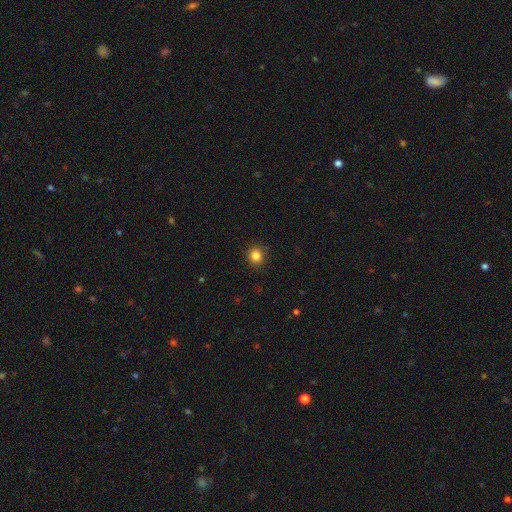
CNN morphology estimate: type=smooth (84%); roundness=round (89%); merging=none (89%).